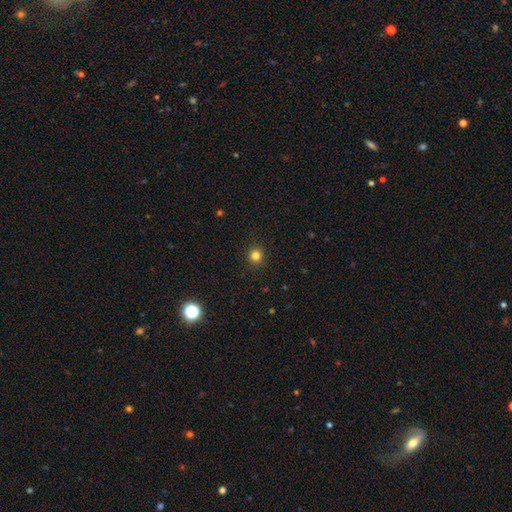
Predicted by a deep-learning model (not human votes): smooth_or_featured: smooth (p=0.81) [alt: star or artifact p=0.15]
how_rounded: round (p=0.93) [alt: in between p=0.06]
merging: none (p=0.92) [alt: minor disturbance p=0.05]